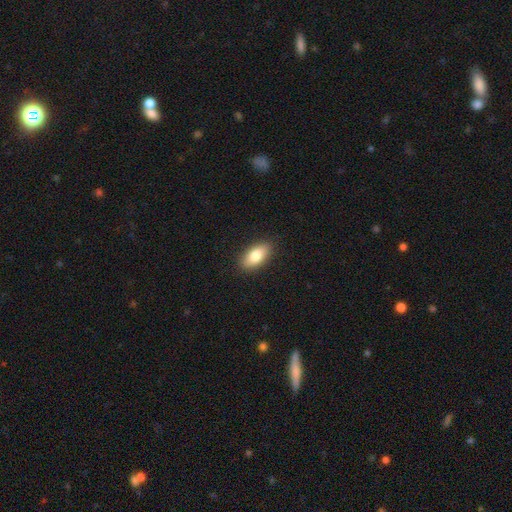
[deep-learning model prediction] Smooth or featured? smooth (81%)
How rounded? in between (89%)
Merging? none (88%)